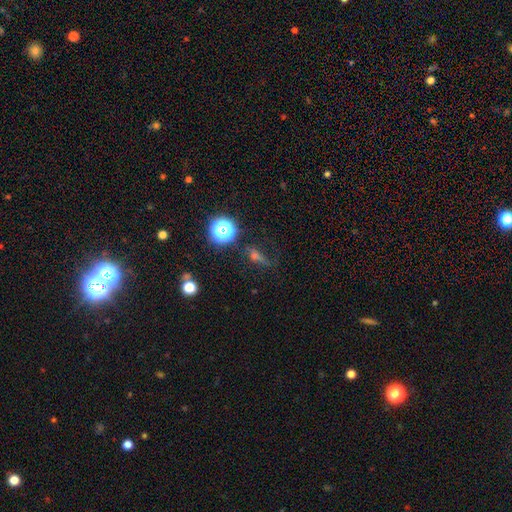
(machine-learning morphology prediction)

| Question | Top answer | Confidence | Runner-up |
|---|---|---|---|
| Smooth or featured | star or artifact | 42% | smooth (37%) |